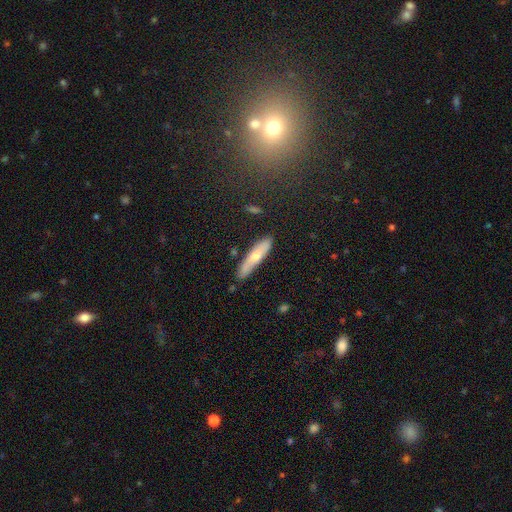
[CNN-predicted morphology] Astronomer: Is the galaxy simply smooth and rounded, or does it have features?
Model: smooth — 63%.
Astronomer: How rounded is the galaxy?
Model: cigar-shaped — 82%.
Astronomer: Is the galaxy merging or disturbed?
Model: none — 81%.